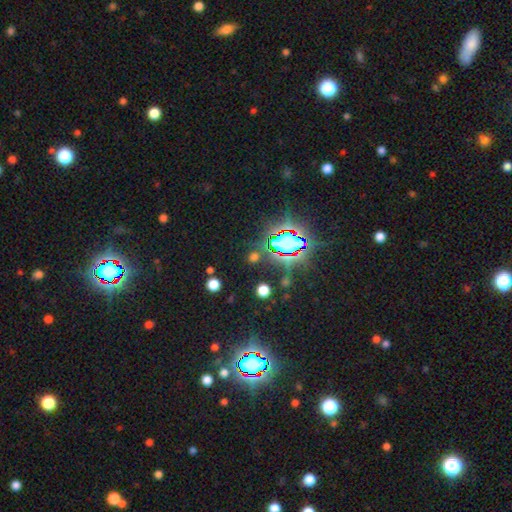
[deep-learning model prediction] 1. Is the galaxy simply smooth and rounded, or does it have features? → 73% star or artifact, 19% smooth, 8% featured or disk.